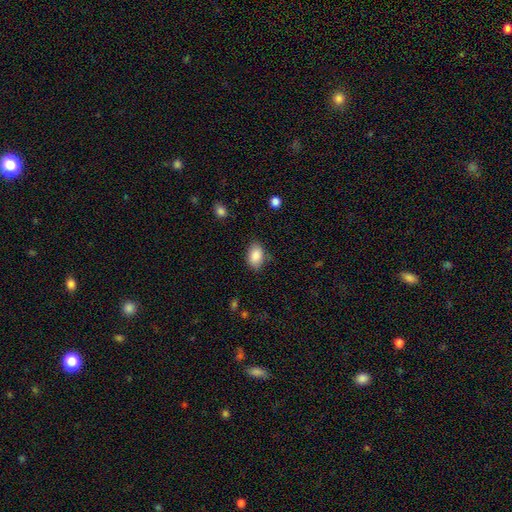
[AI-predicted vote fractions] Smooth or featured? smooth (87%)
How rounded? in between (86%)
Merging? none (77%)